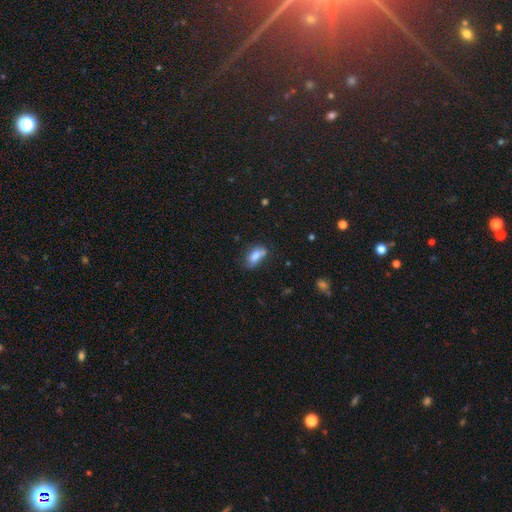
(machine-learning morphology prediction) This appears to be a smooth galaxy with no disk features (74%) that is in between round and cigar-shaped (87%). Merging: none (43%).